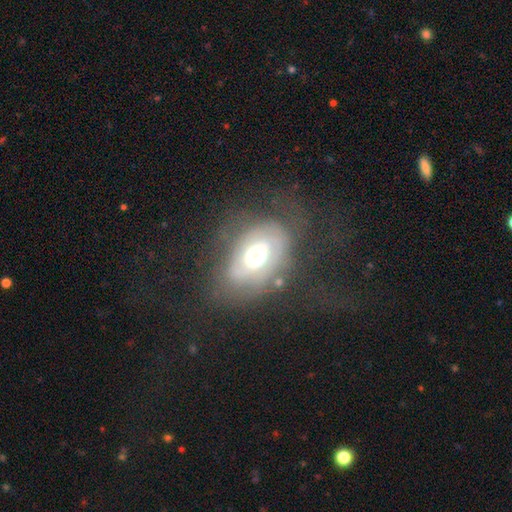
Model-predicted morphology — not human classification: smooth_or_featured: featured or disk (p=0.62) [alt: smooth p=0.30]
disk_edge_on: no (p=0.93) [alt: yes p=0.07]
bar: no (p=0.71) [alt: weak p=0.21]
has_spiral_arms: yes (p=0.57) [alt: no p=0.43]
bulge_size: moderate (p=0.62) [alt: large p=0.28]
merging: none (p=0.54) [alt: minor disturbance p=0.23]